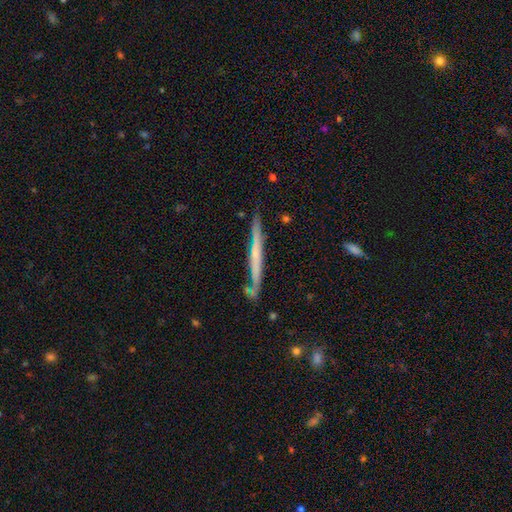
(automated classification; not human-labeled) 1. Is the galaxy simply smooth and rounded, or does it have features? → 63% featured or disk, 31% smooth, 6% star or artifact.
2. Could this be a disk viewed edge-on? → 95% yes, 5% no.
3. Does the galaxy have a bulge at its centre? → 73% none, 20% rounded, 7% boxy.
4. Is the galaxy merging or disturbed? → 79% none, 15% minor disturbance, 3% merger, 3% major disturbance.